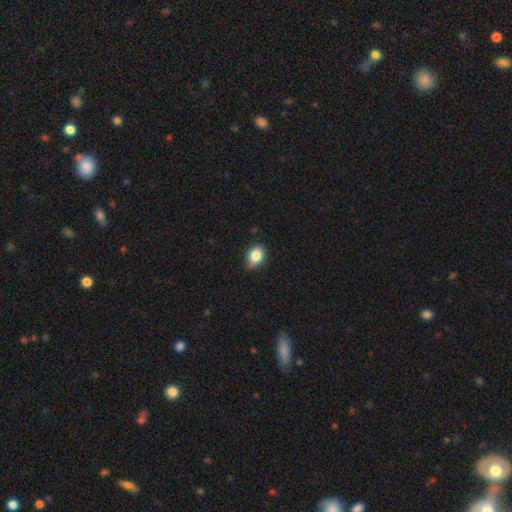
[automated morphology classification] smooth-or-featured: smooth: 82% | star or artifact: 9% | featured or disk: 9%
  how-rounded: in between: 64% | round: 34% | cigar-shaped: 1%
  merging: none: 61% | minor disturbance: 33% | major disturbance: 5% | merger: 2%